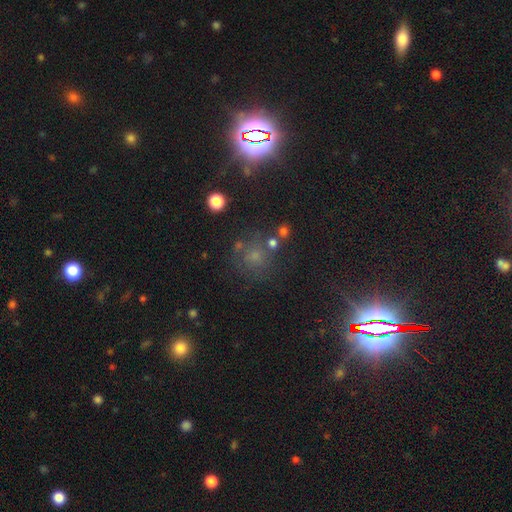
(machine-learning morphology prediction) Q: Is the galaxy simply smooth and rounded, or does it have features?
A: star or artifact — 49%.